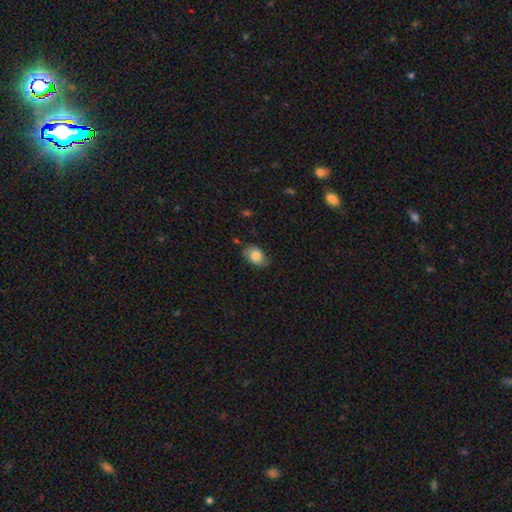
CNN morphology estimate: The model was most divided on "merging": none: 75%, minor disturbance: 20%, major disturbance: 4%, merger: 2%. More confident: how rounded — in between (86%); smooth or featured — smooth (81%).